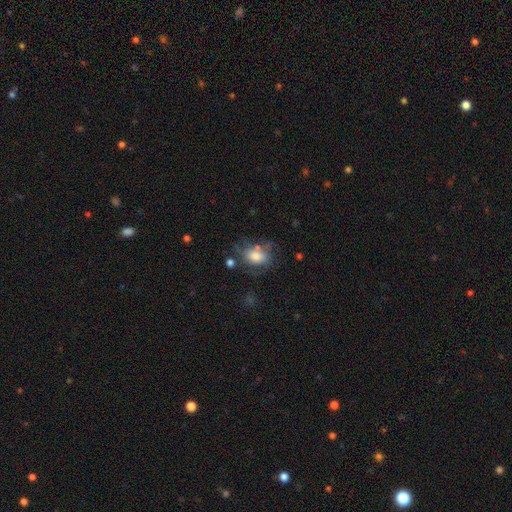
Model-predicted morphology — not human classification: Smooth or featured? smooth (64%)
How rounded? in between (70%)
Merging? none (44%)